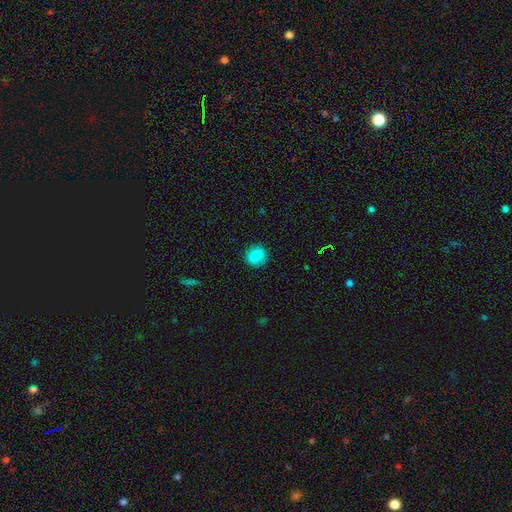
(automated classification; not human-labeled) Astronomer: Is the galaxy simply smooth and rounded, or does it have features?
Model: smooth — 84%.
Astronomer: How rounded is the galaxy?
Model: round — 76%.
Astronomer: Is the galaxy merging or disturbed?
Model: none — 88%.